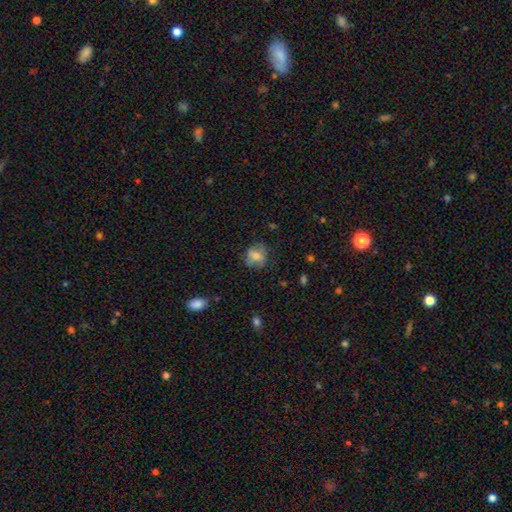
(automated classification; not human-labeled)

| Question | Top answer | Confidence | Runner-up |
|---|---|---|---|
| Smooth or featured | smooth | 65% | featured or disk (26%) |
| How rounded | round | 67% | in between (32%) |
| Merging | none | 69% | minor disturbance (21%) |